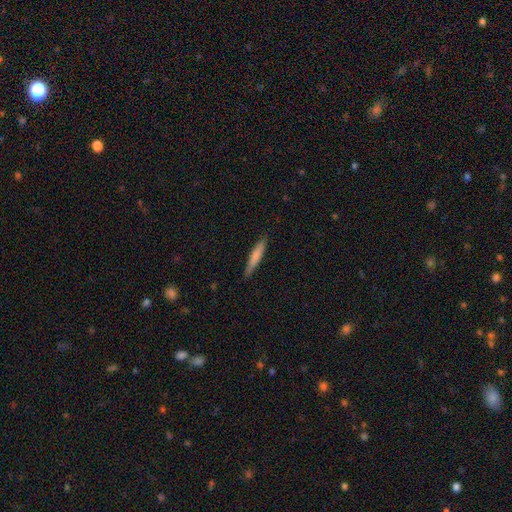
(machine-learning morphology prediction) smooth 74%, featured or disk 21%, star or artifact 6%. Down the decision tree: how rounded — cigar-shaped (92%); merging — none (86%).